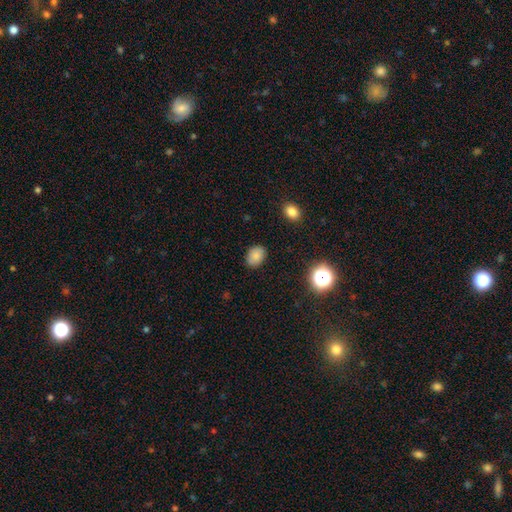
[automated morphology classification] This is clearly a smooth galaxy (82%). How rounded: likely in between (70%). Merging: clearly none (85%).